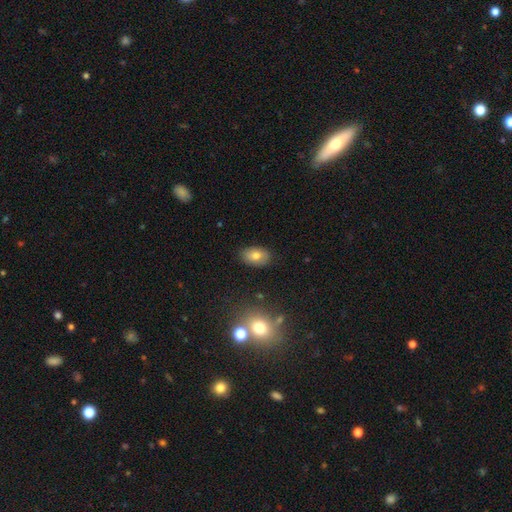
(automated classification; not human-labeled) Smooth or featured: smooth — 75% (featured or disk — 15%)
How rounded: in between — 88% (round — 11%)
Merging: none — 85% (minor disturbance — 11%)